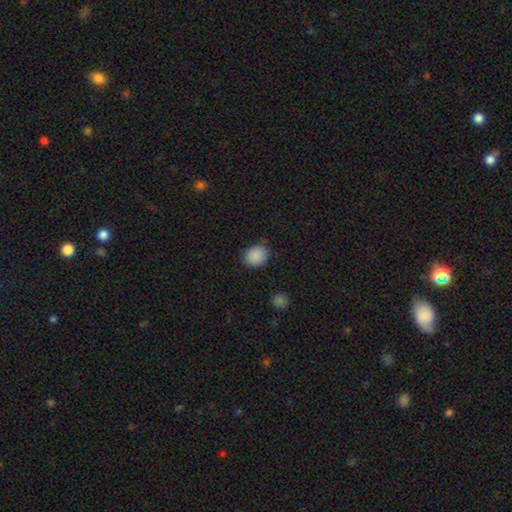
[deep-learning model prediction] A smooth galaxy with no disk features (88%) that is round (54%).

Vote fractions:
- Smooth or featured? smooth: 88% / star or artifact: 9% / featured or disk: 3%
- How rounded? round: 54% / in between: 45% / cigar-shaped: 1%
- Merging? none: 81% / minor disturbance: 14% / major disturbance: 3% / merger: 1%